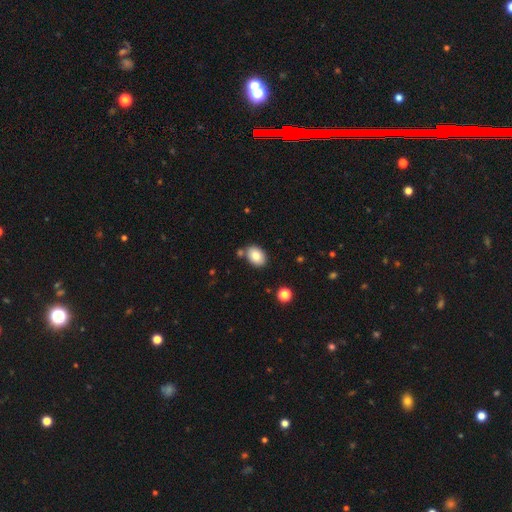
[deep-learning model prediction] smooth-or-featured: smooth: 82% | featured or disk: 10% | star or artifact: 8%
  how-rounded: in between: 77% | round: 22% | cigar-shaped: 1%
  merging: none: 76% | minor disturbance: 12% | merger: 9% | major disturbance: 3%